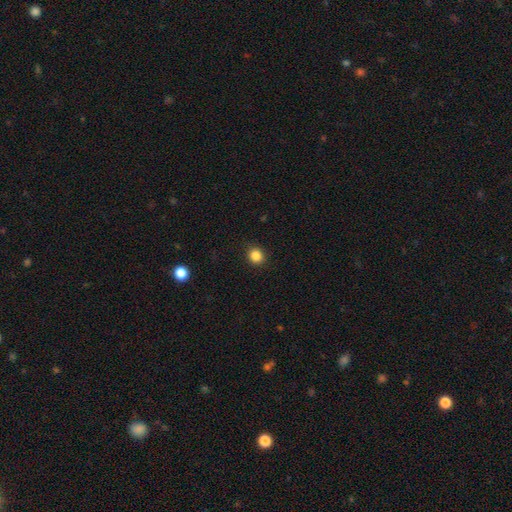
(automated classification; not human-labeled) Smooth or featured?
  - smooth: 86% *
  - star or artifact: 11%
  - featured or disk: 3%
How rounded?
  - round: 85% *
  - in between: 14%
  - cigar-shaped: 1%
Merging?
  - none: 90% *
  - minor disturbance: 7%
  - major disturbance: 2%
  - merger: 1%